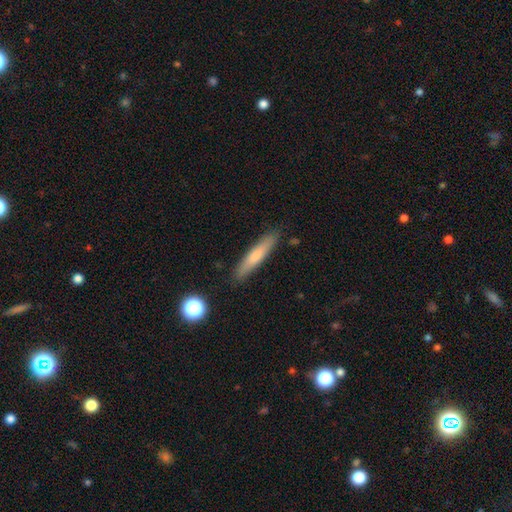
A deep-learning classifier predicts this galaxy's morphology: type=smooth (68%); roundness=cigar-shaped (89%); merging=none (87%).